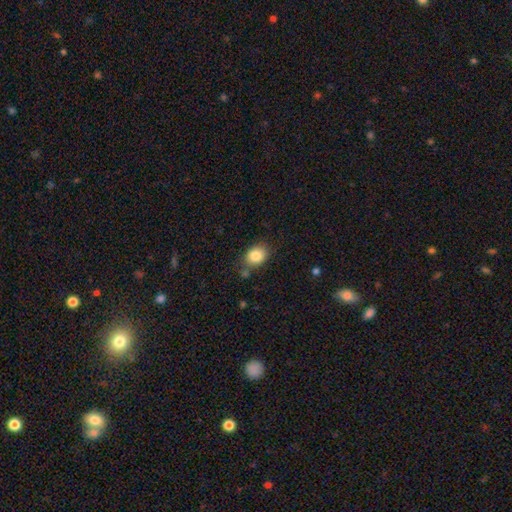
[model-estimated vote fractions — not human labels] This appears to be a smooth galaxy with no disk features (84%) that is in between round and cigar-shaped (60%). Merging: none (74%).